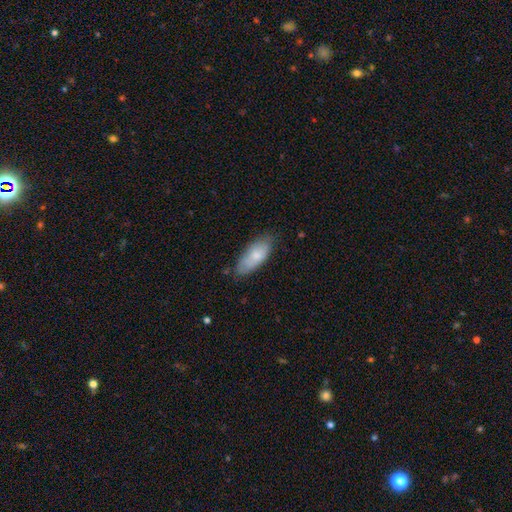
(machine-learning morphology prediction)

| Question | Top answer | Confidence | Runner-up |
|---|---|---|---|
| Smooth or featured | smooth | 77% | featured or disk (16%) |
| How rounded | in between | 81% | cigar-shaped (17%) |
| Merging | none | 73% | minor disturbance (21%) |